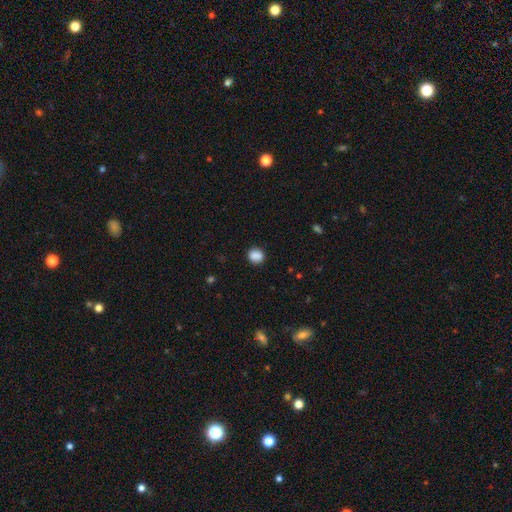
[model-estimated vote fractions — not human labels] smooth 87%, star or artifact 9%, featured or disk 3%. Down the decision tree: how rounded — round (76%); merging — none (87%).